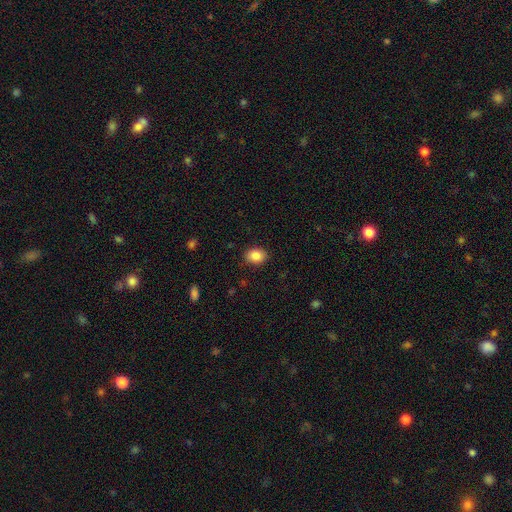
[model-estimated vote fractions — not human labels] Smooth or featured?
  - smooth: 86% *
  - star or artifact: 8%
  - featured or disk: 5%
How rounded?
  - in between: 65% *
  - round: 34%
  - cigar-shaped: 1%
Merging?
  - none: 88% *
  - minor disturbance: 9%
  - major disturbance: 2%
  - merger: 1%